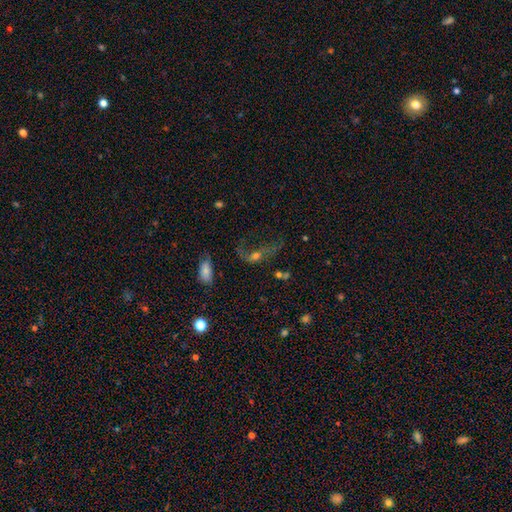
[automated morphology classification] Q: Smooth or featured?
A: featured or disk (47%); runner-up: smooth (31%)
Q: Merging?
A: major disturbance (46%); runner-up: none (29%)